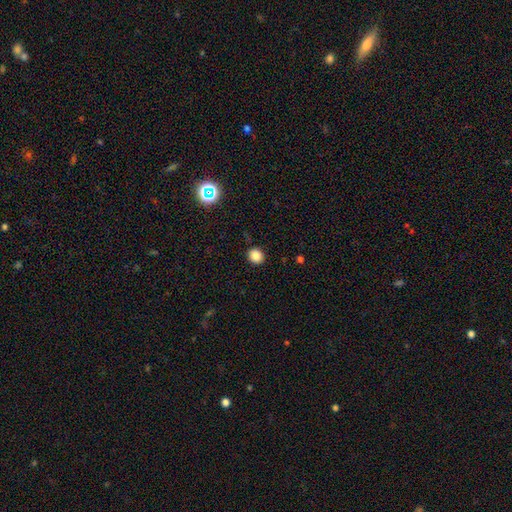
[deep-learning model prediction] A smooth galaxy with no disk features (84%) that is round (75%).

Vote fractions:
- Smooth or featured? smooth: 84% / star or artifact: 12% / featured or disk: 4%
- How rounded? round: 75% / in between: 24% / cigar-shaped: 1%
- Merging? none: 88% / minor disturbance: 8% / major disturbance: 2% / merger: 1%